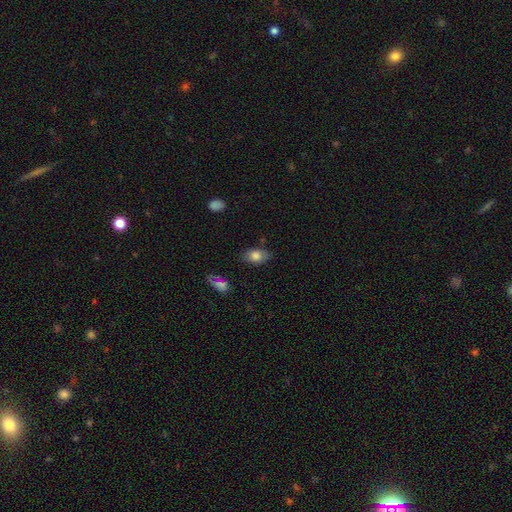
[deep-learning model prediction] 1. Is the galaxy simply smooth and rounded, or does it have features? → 78% smooth, 14% featured or disk, 8% star or artifact.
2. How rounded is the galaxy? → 88% in between, 10% round, 2% cigar-shaped.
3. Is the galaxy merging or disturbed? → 78% none, 17% minor disturbance, 3% major disturbance, 2% merger.